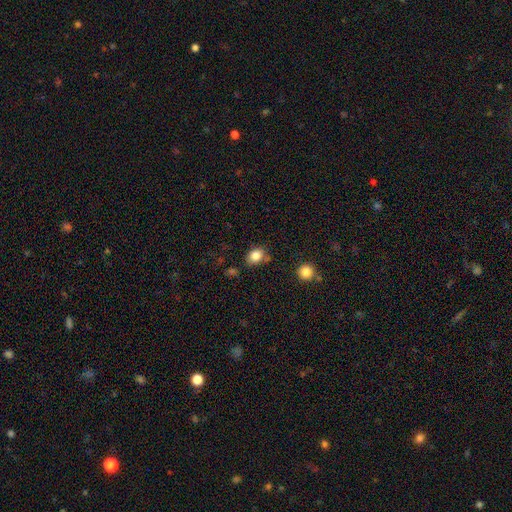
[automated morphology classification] A smooth galaxy with no disk features (84%) that is in between round and cigar-shaped (56%). Merging: none (71%).